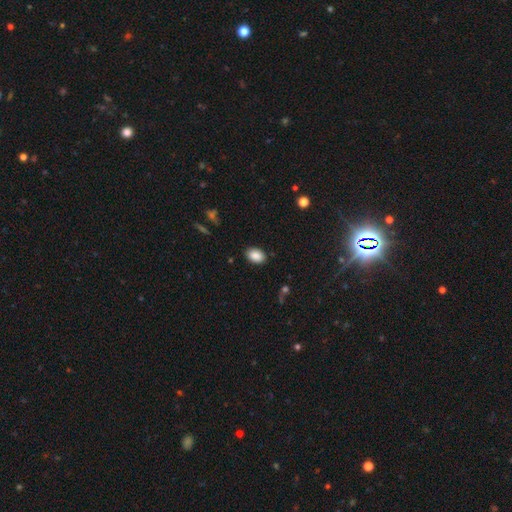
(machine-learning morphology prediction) Q: Smooth or featured?
A: smooth (88%); runner-up: star or artifact (8%)
Q: How rounded?
A: in between (87%); runner-up: round (12%)
Q: Merging?
A: none (87%); runner-up: minor disturbance (9%)